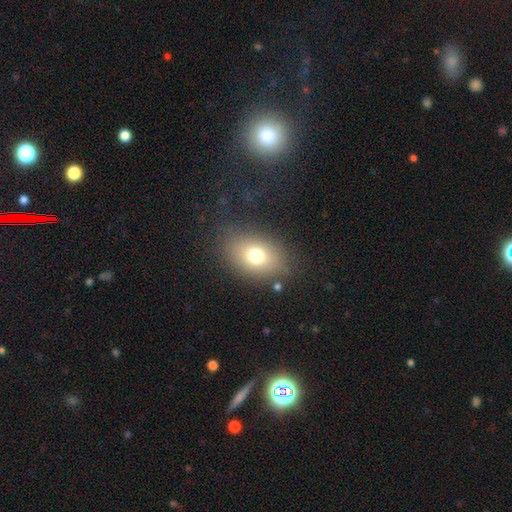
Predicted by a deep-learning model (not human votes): Smooth or featured? Predicted: smooth (p=0.73). How rounded? Predicted: in between (p=0.72). Merging? Predicted: none (p=0.77).